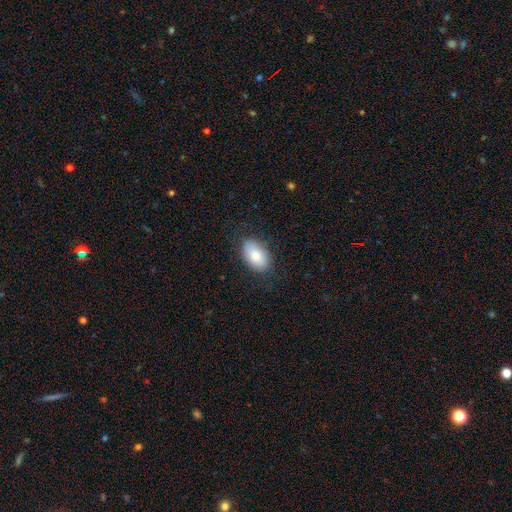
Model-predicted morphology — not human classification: type=smooth (82%); roundness=in between (93%); merging=none (79%).